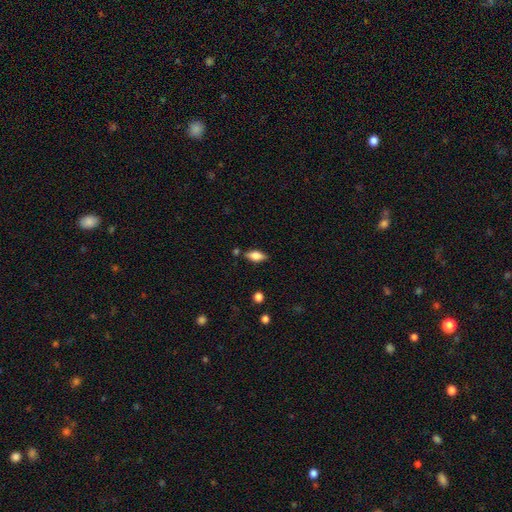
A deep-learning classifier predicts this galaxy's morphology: The model was most divided on "smooth or featured": smooth: 75%, featured or disk: 18%, star or artifact: 7%. More confident: how rounded — in between (84%); merging — none (79%).